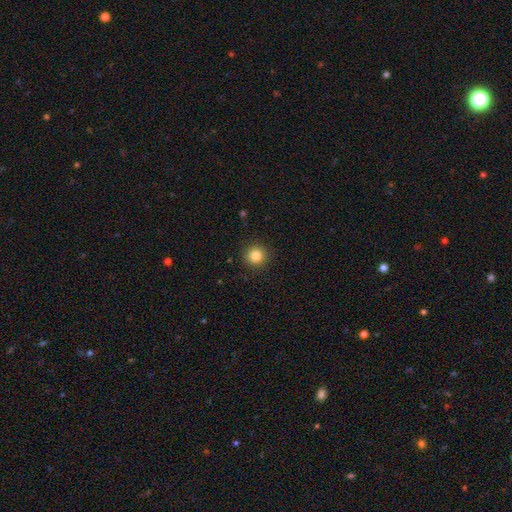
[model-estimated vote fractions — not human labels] A smooth galaxy with no disk features (85%) that is round (93%).

Vote fractions:
- Smooth or featured? smooth: 85% / star or artifact: 11% / featured or disk: 4%
- How rounded? round: 93% / in between: 6% / cigar-shaped: 1%
- Merging? none: 91% / minor disturbance: 6% / major disturbance: 2% / merger: 1%